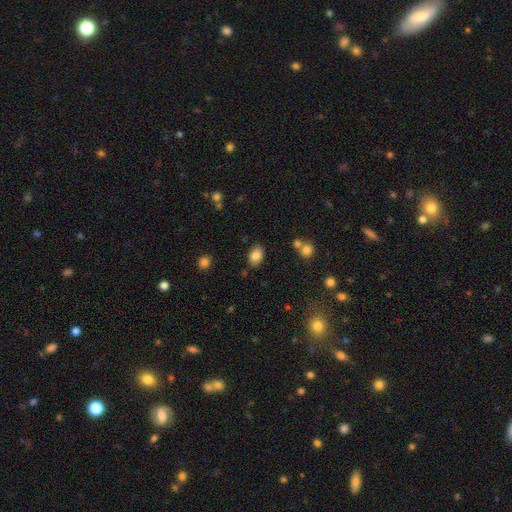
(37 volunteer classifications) Smooth or featured: smooth — 92% (star or artifact — 5%)
How rounded: in between — 71% (round — 29%)
Merging: none — 83% (minor disturbance — 14%)